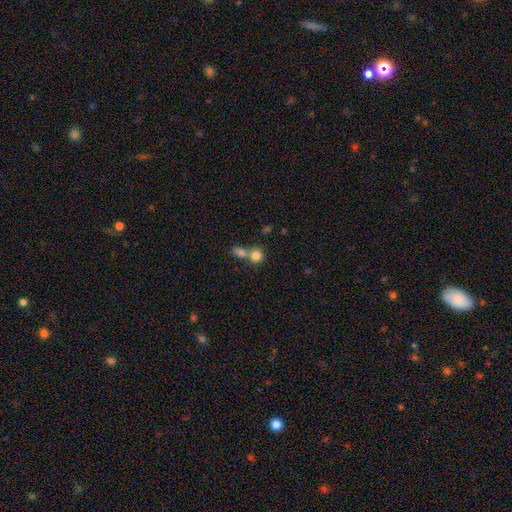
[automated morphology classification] A smooth galaxy with no disk features (80%) that is round (81%).

Vote fractions:
- Smooth or featured? smooth: 80% / star or artifact: 11% / featured or disk: 9%
- How rounded? round: 81% / in between: 18% / cigar-shaped: 1%
- Merging? merger: 50% / none: 40% / minor disturbance: 7% / major disturbance: 3%